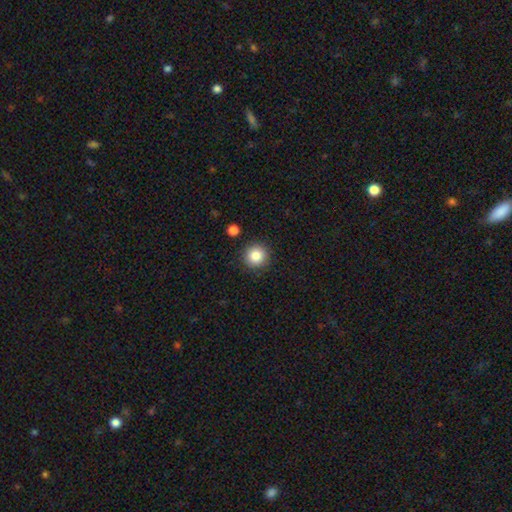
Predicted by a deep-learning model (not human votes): smooth-or-featured: smooth: 85% | star or artifact: 10% | featured or disk: 5%
  how-rounded: round: 95% | in between: 4% | cigar-shaped: 1%
  merging: none: 90% | minor disturbance: 6% | merger: 2% | major disturbance: 2%